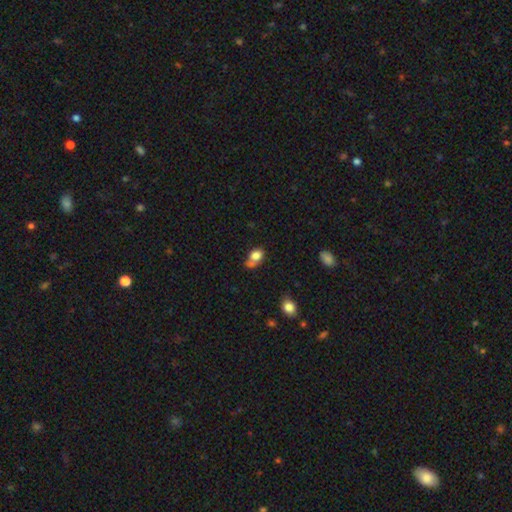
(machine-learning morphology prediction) The model was most divided on "merging": none: 37%, merger: 35%, minor disturbance: 19%, major disturbance: 9%. More confident: smooth or featured — smooth (78%); how rounded — in between (62%).